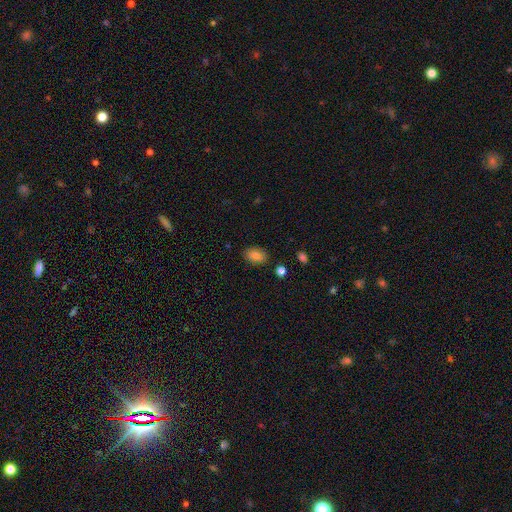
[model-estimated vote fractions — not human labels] This is clearly a smooth galaxy (83%). How rounded: clearly in between (85%). Merging: clearly none (86%).